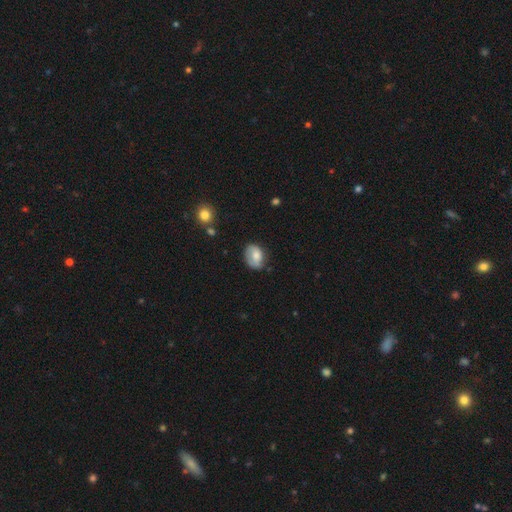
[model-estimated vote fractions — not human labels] This is likely a smooth galaxy (72%). How rounded: likely in between (72%). Merging: likely none (61%).